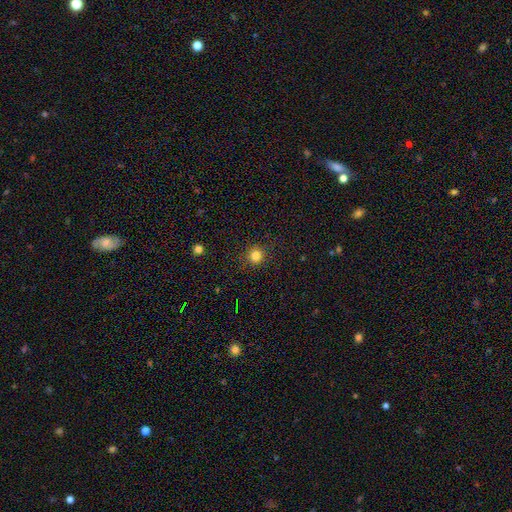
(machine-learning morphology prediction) This is clearly a smooth galaxy (82%). How rounded: clearly round (93%). Merging: clearly none (90%).